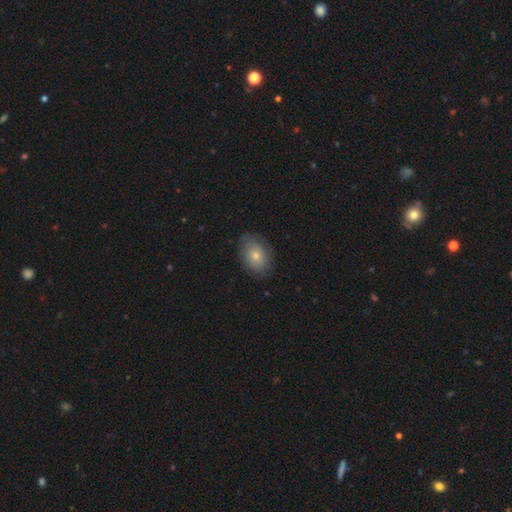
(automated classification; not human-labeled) Q: Smooth or featured?
A: smooth (74%); runner-up: featured or disk (18%)
Q: How rounded?
A: in between (76%); runner-up: round (23%)
Q: Merging?
A: none (79%); runner-up: minor disturbance (16%)